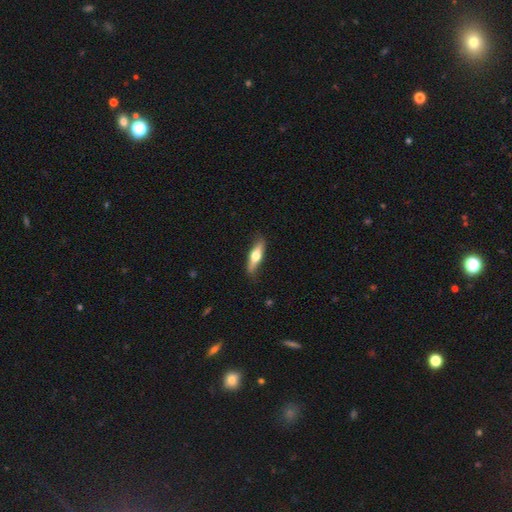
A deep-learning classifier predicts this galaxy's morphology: A smooth galaxy with no disk features (48%). Merging: none (83%).